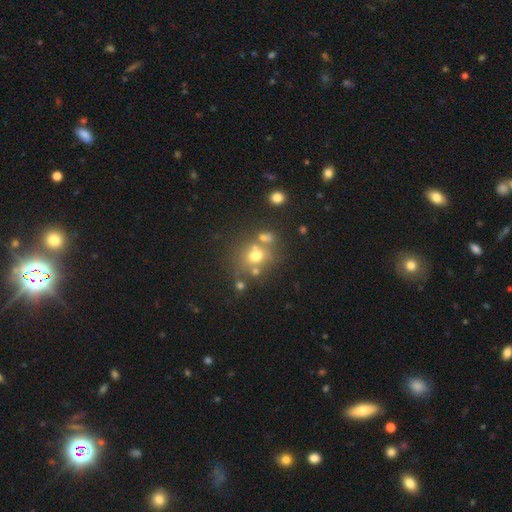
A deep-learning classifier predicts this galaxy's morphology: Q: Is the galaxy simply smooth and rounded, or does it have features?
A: smooth — 64%.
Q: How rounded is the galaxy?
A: round — 75%.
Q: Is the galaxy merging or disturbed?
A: none — 55%.